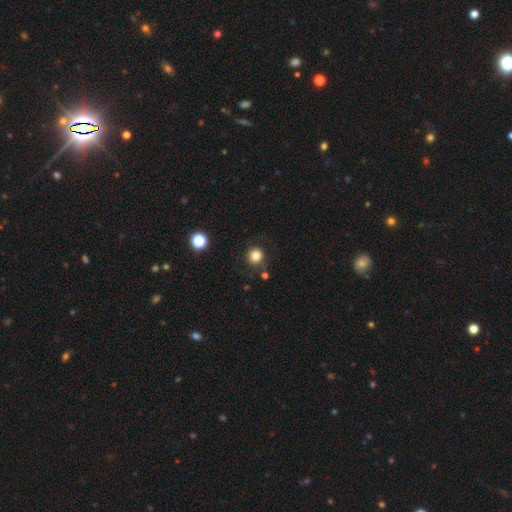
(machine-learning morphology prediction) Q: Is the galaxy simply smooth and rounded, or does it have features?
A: smooth — 83%.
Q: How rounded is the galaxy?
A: round — 93%.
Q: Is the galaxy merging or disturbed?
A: none — 84%.